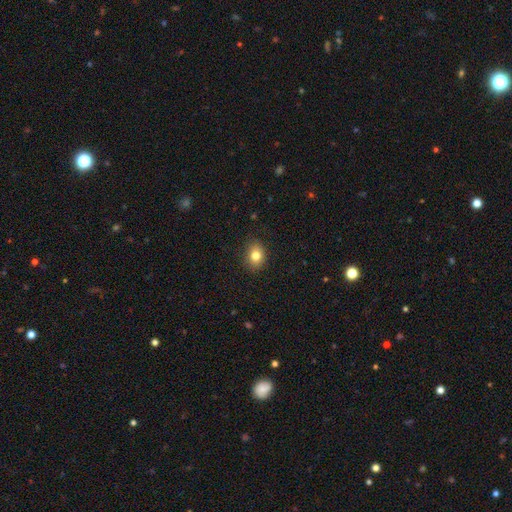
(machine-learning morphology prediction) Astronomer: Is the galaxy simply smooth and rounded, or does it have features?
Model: smooth — 81%.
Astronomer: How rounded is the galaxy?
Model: in between — 50% (runner-up: round, 49%).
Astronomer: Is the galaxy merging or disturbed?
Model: none — 87%.